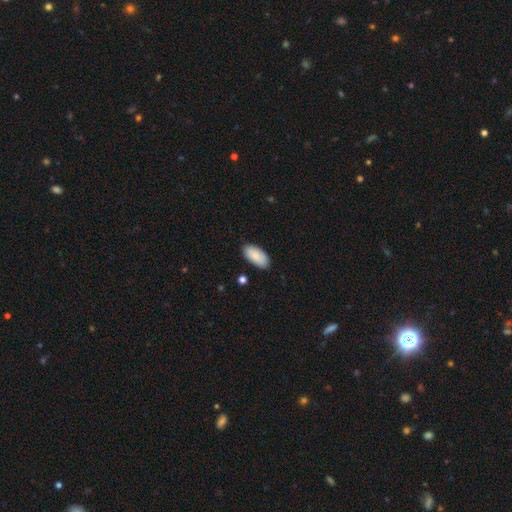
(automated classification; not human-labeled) This appears to be a smooth galaxy with no disk features (88%) that is in between round and cigar-shaped (93%). Merging: none (87%).